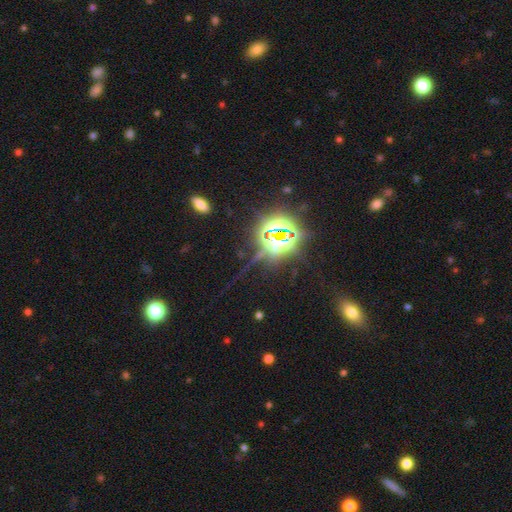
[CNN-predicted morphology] The model was most divided on "smooth or featured": star or artifact: 80%, smooth: 11%, featured or disk: 9%.